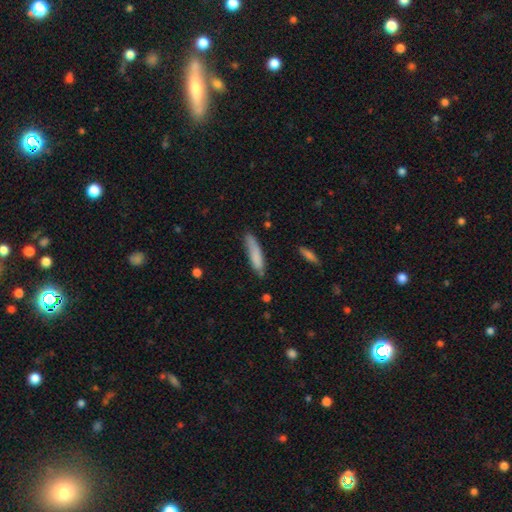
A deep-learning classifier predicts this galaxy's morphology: type=smooth (81%); roundness=cigar-shaped (77%); merging=none (69%).